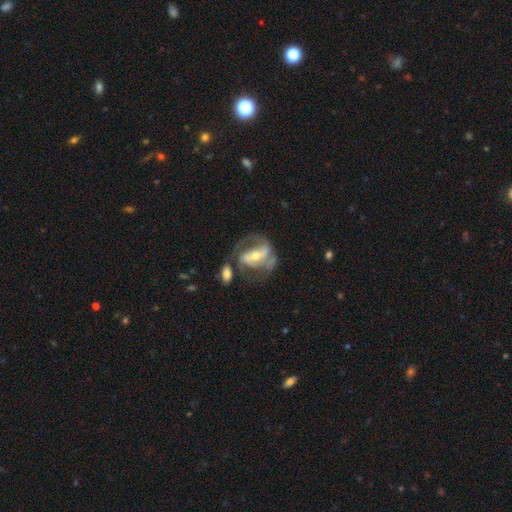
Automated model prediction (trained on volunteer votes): This is clearly a featured or disk galaxy (82%). It is clearly not viewed edge-on (95%). Bar: possibly strong (60%). Spiral arm pattern: clearly yes (87%). Spiral arm count: likely 2 (78%). Spiral winding: possibly medium (50%). Central bulge: possibly moderate (51%). Merging: possibly none (50%).